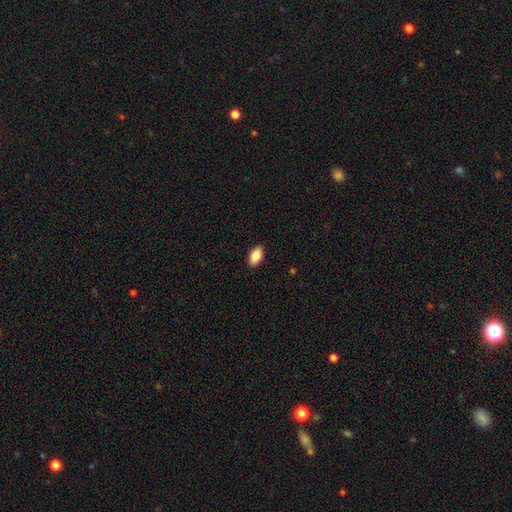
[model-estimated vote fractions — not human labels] smooth-or-featured: smooth: 86% | featured or disk: 7% | star or artifact: 7%
  how-rounded: in between: 92% | cigar-shaped: 4% | round: 3%
  merging: none: 90% | minor disturbance: 8% | major disturbance: 2% | merger: 1%